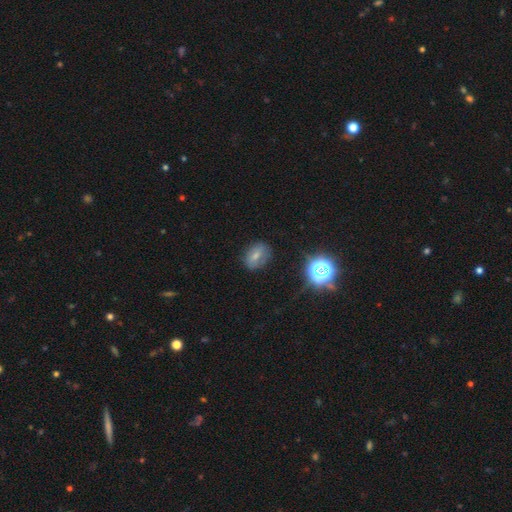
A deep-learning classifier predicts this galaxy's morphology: Smooth or featured?
  - smooth: 65% *
  - featured or disk: 19%
  - star or artifact: 16%
How rounded?
  - in between: 66% *
  - round: 32%
  - cigar-shaped: 2%
Merging?
  - none: 77% *
  - minor disturbance: 17%
  - major disturbance: 5%
  - merger: 2%